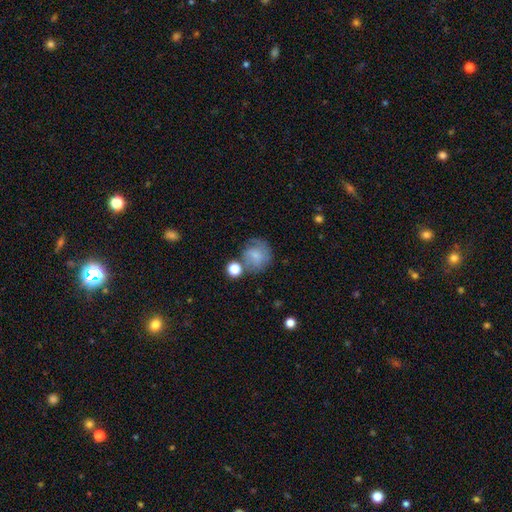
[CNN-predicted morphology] A smooth galaxy with no disk features (62%) that is round (84%).

Vote fractions:
- Smooth or featured? smooth: 62% / featured or disk: 29% / star or artifact: 9%
- How rounded? round: 84% / in between: 15% / cigar-shaped: 1%
- Merging? none: 52% / minor disturbance: 22% / merger: 14% / major disturbance: 12%